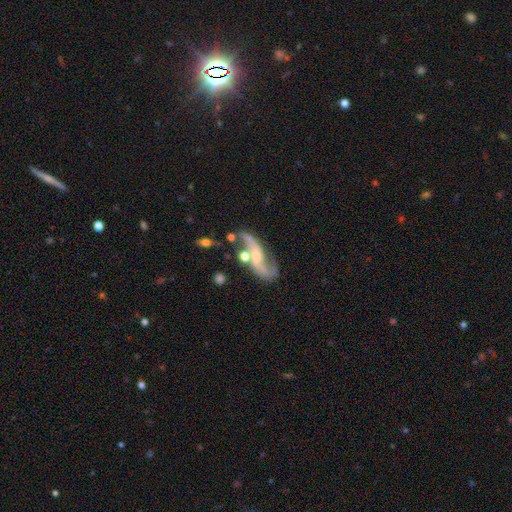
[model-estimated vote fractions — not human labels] This is clearly a featured or disk galaxy (86%). It is clearly not viewed edge-on (94%). Bar: marginally no (44%). Spiral arm pattern: clearly yes (94%). Spiral arm count: clearly 2 (90%). Spiral winding: likely loose (73%). Central bulge: possibly small (52%). Merging: possibly none (54%).